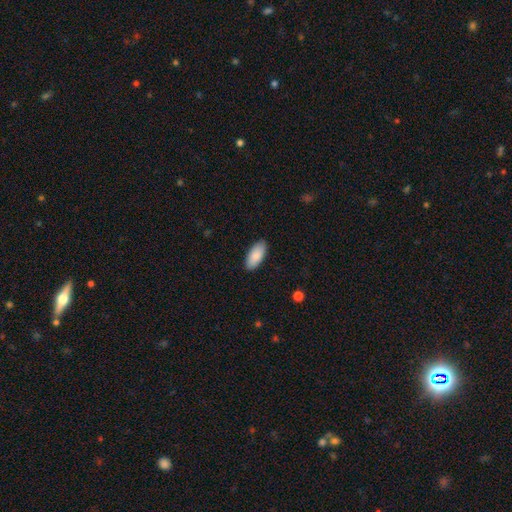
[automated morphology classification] This appears to be a smooth galaxy with no disk features (89%) that is in between round and cigar-shaped (89%). Merging: none (89%).